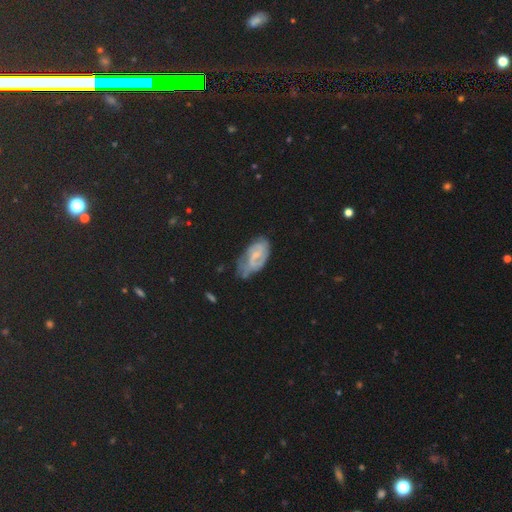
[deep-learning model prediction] Overall: featured or disk (61%; smooth 26%). Edge-on disk: no (95%). Bar: weak (47%; no 40%). Spiral arms: yes (79%). Bulge size: small (55%; moderate 28%). Merging: none (51%; minor disturbance 31%).